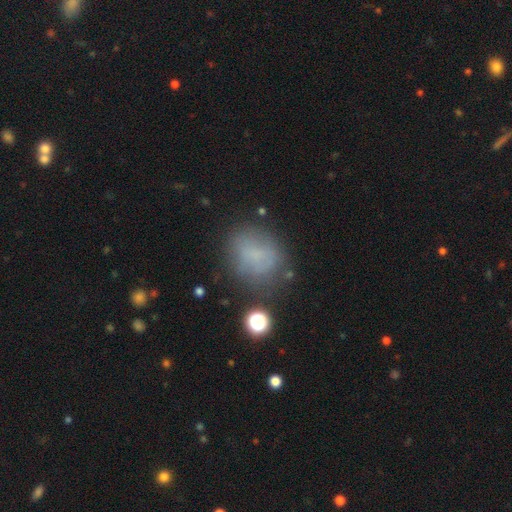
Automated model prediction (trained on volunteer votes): This is likely a smooth galaxy (64%). How rounded: likely round (61%). Merging: likely none (62%).